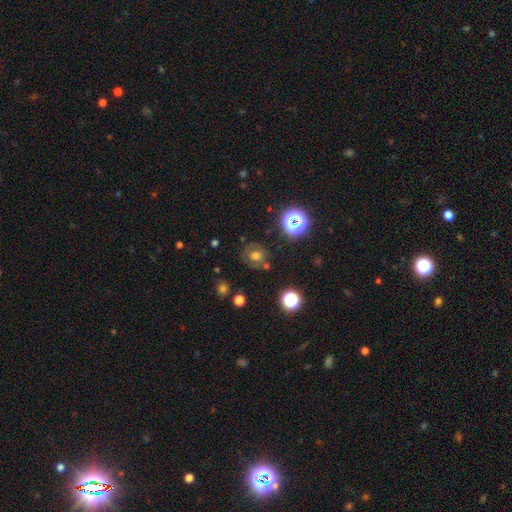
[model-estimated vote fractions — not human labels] This is possibly a smooth galaxy (57%). How rounded: likely round (76%). Merging: likely none (73%).